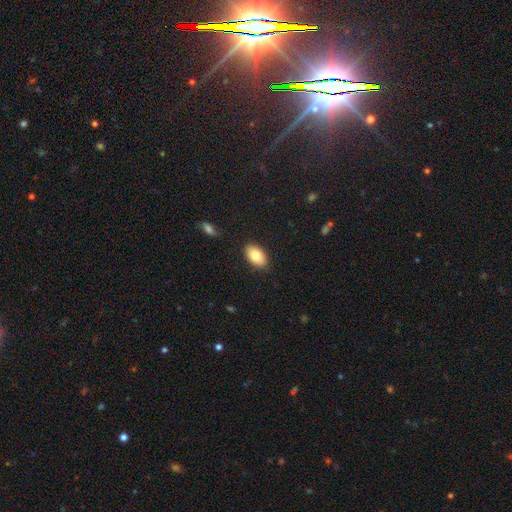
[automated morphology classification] This is likely a smooth galaxy (80%). How rounded: clearly in between (92%). Merging: clearly none (88%).